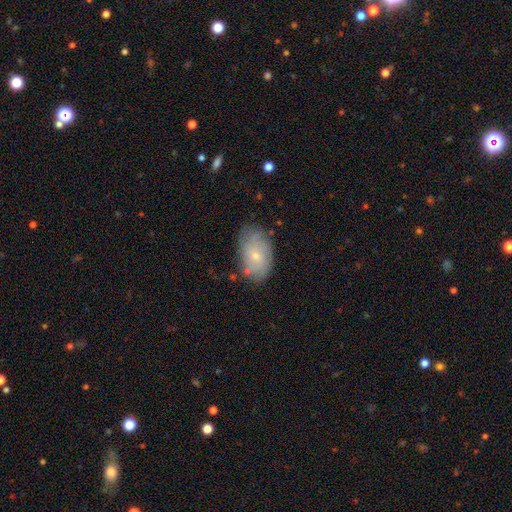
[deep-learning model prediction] Overall: smooth (57%; featured or disk 35%). How rounded: in between (90%). Merging: none (70%).